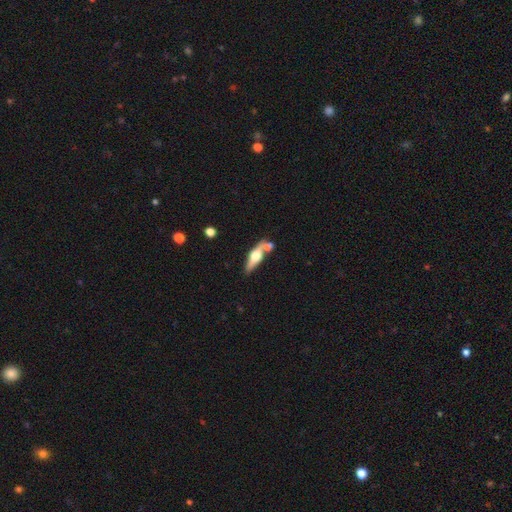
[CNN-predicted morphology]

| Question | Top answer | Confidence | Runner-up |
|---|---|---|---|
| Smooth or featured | featured or disk | 55% | smooth (39%) |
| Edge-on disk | yes | 89% | no (11%) |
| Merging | none | 58% | merger (25%) |